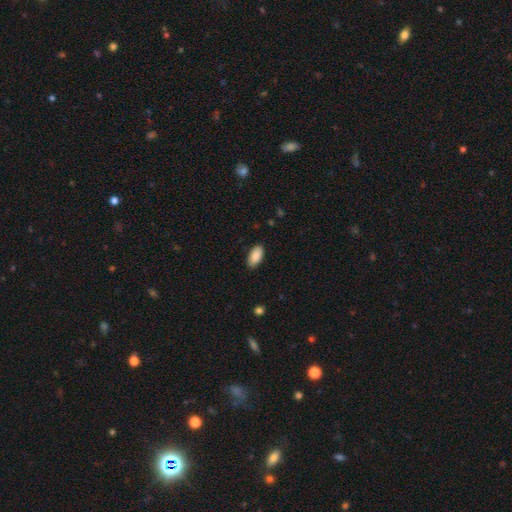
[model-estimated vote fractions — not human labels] smooth-or-featured: smooth: 90% | star or artifact: 6% | featured or disk: 4%
  how-rounded: in between: 94% | cigar-shaped: 4% | round: 2%
  merging: none: 87% | minor disturbance: 10% | major disturbance: 2% | merger: 1%